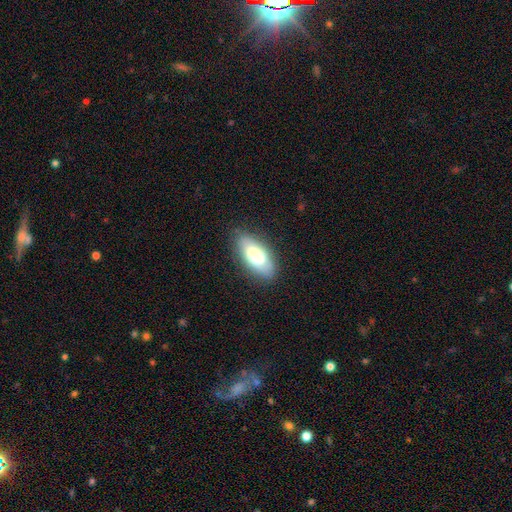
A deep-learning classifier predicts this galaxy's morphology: The model was most divided on "smooth or featured": smooth: 70%, featured or disk: 22%, star or artifact: 7%. More confident: how rounded — in between (85%); merging — none (83%).